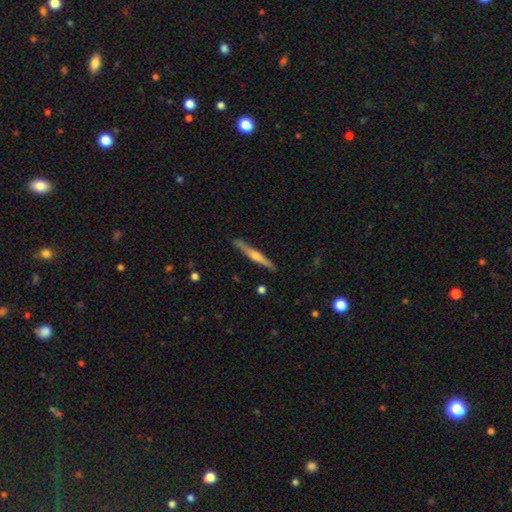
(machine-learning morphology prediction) Q: Smooth or featured?
A: featured or disk (70%); runner-up: smooth (24%)
Q: Edge-on disk?
A: yes (98%); runner-up: no (2%)
Q: Edge-on bulge?
A: rounded (86%); runner-up: none (8%)
Q: Merging?
A: none (90%); runner-up: minor disturbance (7%)